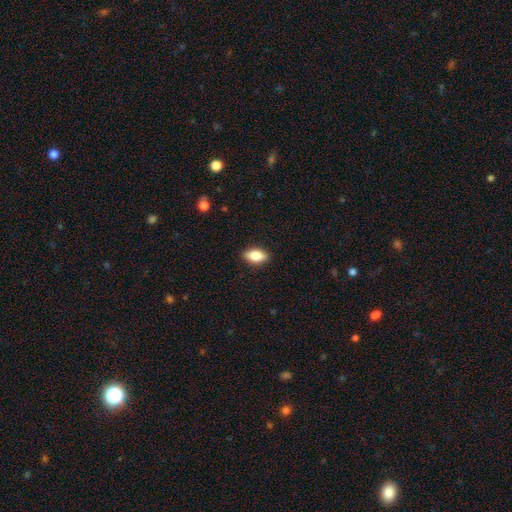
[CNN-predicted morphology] Smooth or featured?
  - smooth: 79% *
  - featured or disk: 13%
  - star or artifact: 7%
How rounded?
  - in between: 87% *
  - cigar-shaped: 7%
  - round: 5%
Merging?
  - none: 89% *
  - minor disturbance: 8%
  - major disturbance: 2%
  - merger: 1%